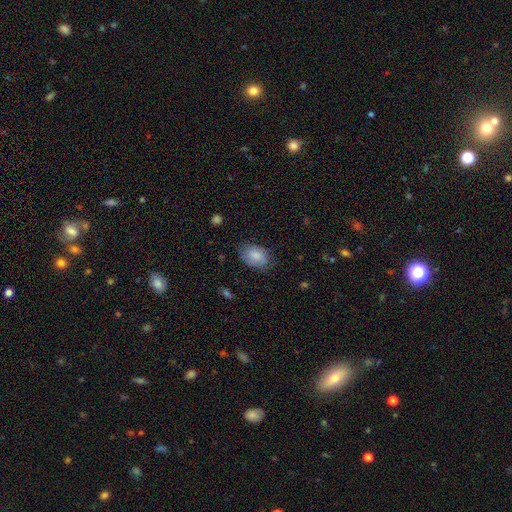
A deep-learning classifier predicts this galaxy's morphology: Q: Smooth or featured?
A: smooth (81%); runner-up: featured or disk (12%)
Q: How rounded?
A: in between (83%); runner-up: round (16%)
Q: Merging?
A: none (72%); runner-up: minor disturbance (22%)